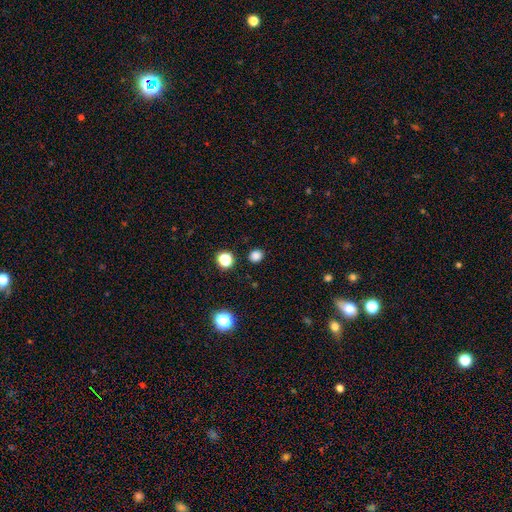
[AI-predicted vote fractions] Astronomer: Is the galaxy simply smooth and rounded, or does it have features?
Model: smooth — 81%.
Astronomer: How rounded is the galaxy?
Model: round — 75%.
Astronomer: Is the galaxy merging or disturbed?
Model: none — 89%.